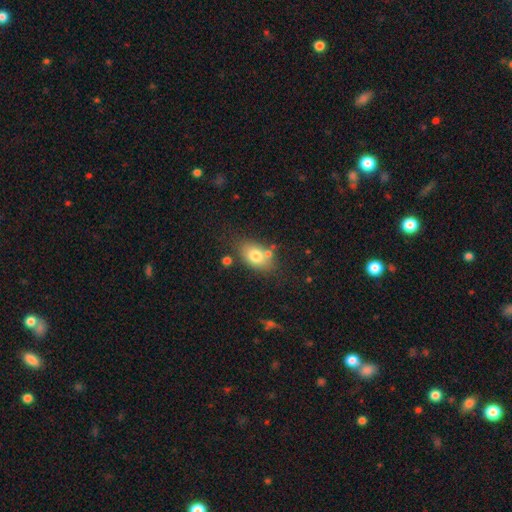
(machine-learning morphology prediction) Overall: smooth (76%). How rounded: in between (83%). Merging: none (68%).